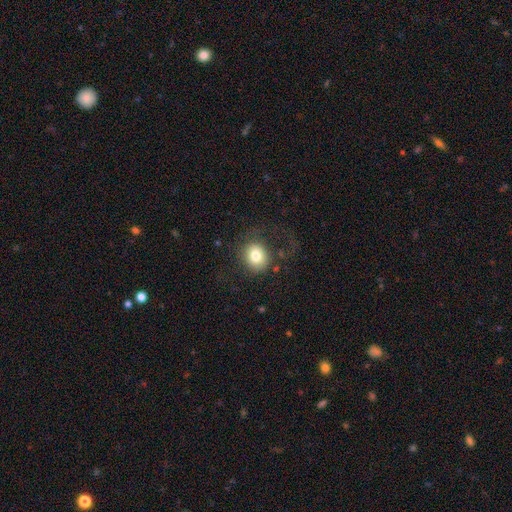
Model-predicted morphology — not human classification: Smooth or featured: smooth — 78% (featured or disk — 12%)
How rounded: round — 77% (in between — 22%)
Merging: none — 65% (major disturbance — 19%)